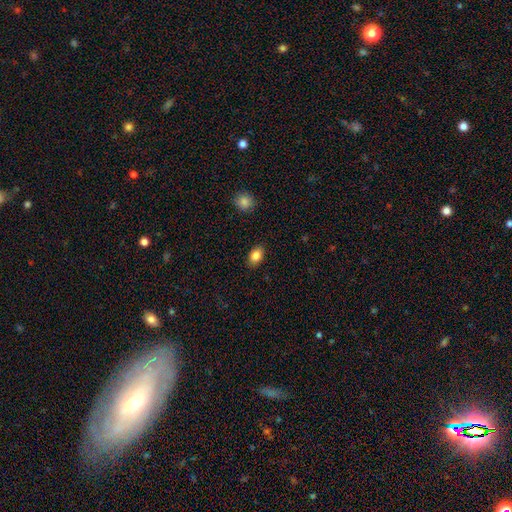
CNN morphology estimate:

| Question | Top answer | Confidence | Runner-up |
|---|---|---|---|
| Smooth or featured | smooth | 85% | star or artifact (9%) |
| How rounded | in between | 82% | round (17%) |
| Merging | none | 88% | minor disturbance (9%) |